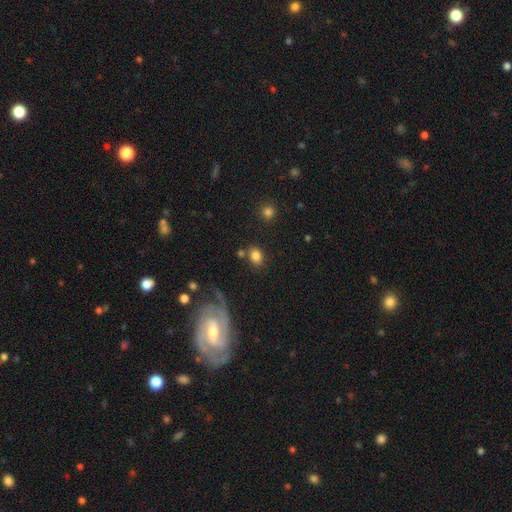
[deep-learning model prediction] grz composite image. It shows a smooth galaxy with no disk features (80%) that is in between round and cigar-shaped (61%). Merging: none (73%).